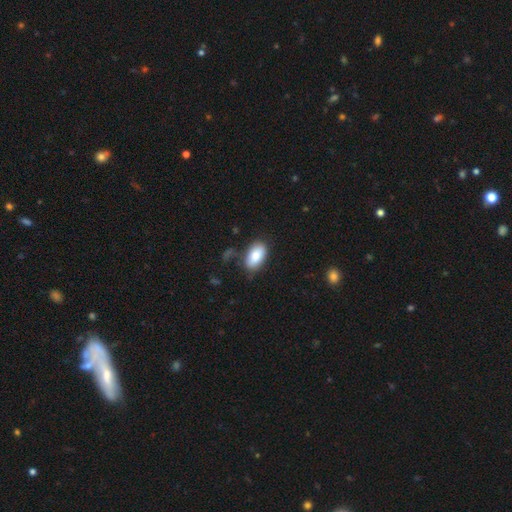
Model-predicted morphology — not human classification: smooth 84%, featured or disk 10%, star or artifact 7%. Down the decision tree: how rounded — in between (94%); merging — none (77%).